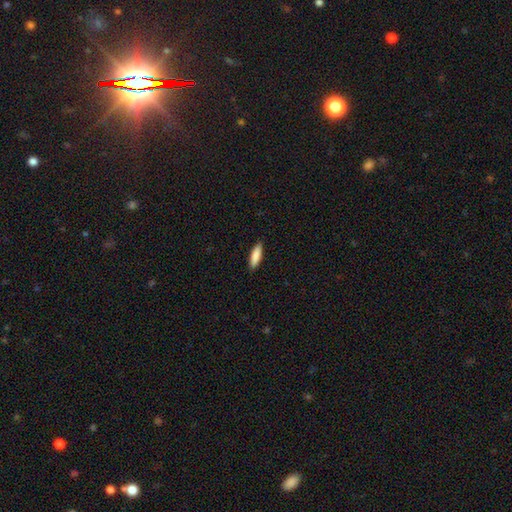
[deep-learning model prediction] Smooth or featured? Predicted: smooth (p=0.86). How rounded? Predicted: cigar-shaped (p=0.59). Merging? Predicted: none (p=0.89).